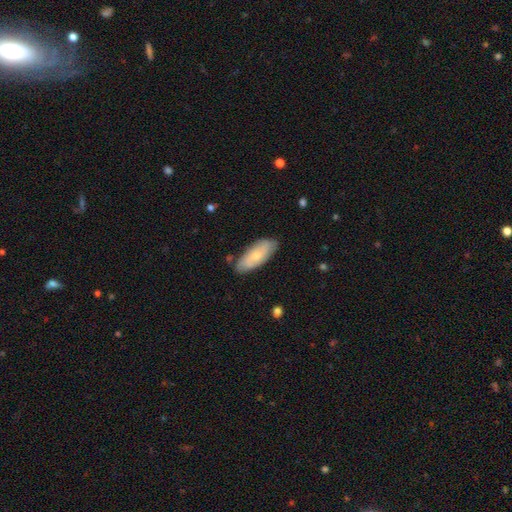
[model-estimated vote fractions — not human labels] The model was most divided on "smooth or featured": smooth: 54%, featured or disk: 40%, star or artifact: 6%. More confident: merging — none (79%); how rounded — in between (77%).